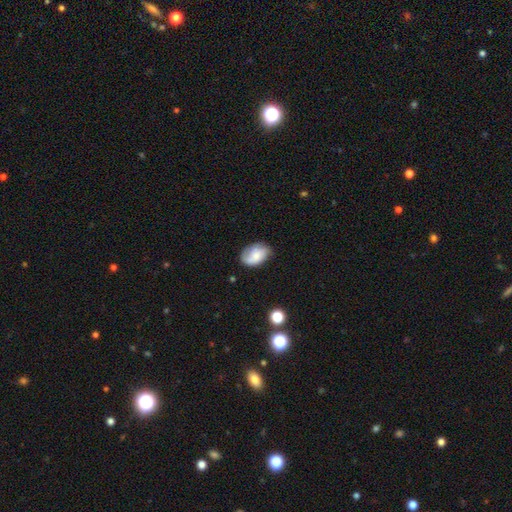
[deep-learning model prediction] A smooth galaxy with no disk features (63%) that is in between round and cigar-shaped (84%).

Vote fractions:
- Smooth or featured? smooth: 63% / featured or disk: 29% / star or artifact: 8%
- How rounded? in between: 84% / round: 15% / cigar-shaped: 1%
- Merging? none: 63% / minor disturbance: 27% / major disturbance: 8% / merger: 2%